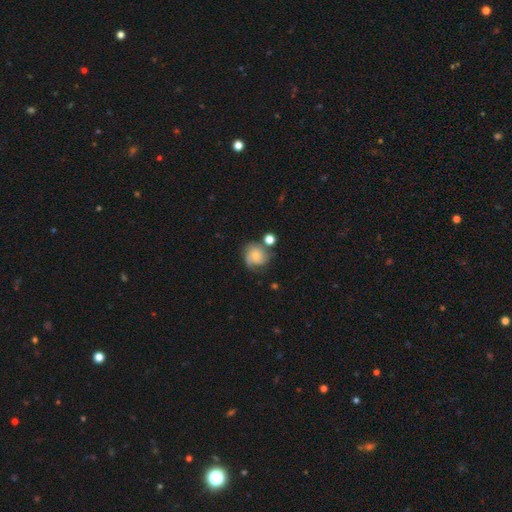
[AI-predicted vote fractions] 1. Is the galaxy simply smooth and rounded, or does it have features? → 52% featured or disk, 40% smooth, 9% star or artifact.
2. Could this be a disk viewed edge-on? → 98% no, 2% yes.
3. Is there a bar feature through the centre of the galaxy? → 77% no, 20% weak, 3% strong.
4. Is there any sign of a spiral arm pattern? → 87% yes, 13% no.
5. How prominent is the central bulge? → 54% small, 36% moderate, 6% none, 3% large, 1% dominant.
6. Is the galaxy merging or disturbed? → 57% none, 23% minor disturbance, 11% merger, 9% major disturbance.